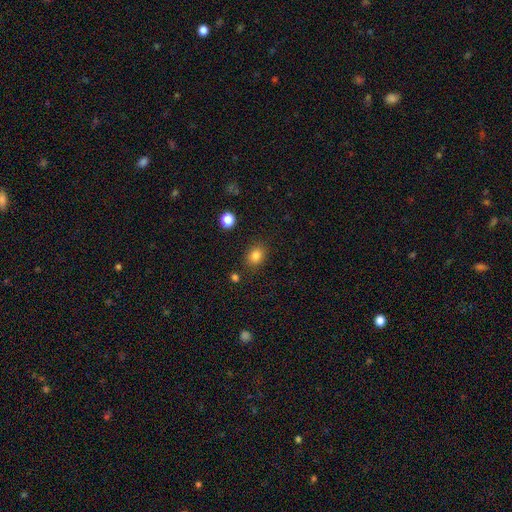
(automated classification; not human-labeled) This appears to be a smooth galaxy with no disk features (83%) that is round (55%). Merging: none (85%).